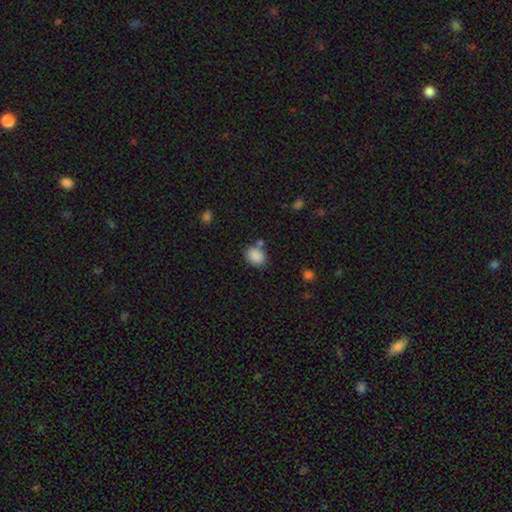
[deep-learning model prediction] This appears to be a smooth galaxy with no disk features (88%) that is in between round and cigar-shaped (58%). Merging: none (73%).